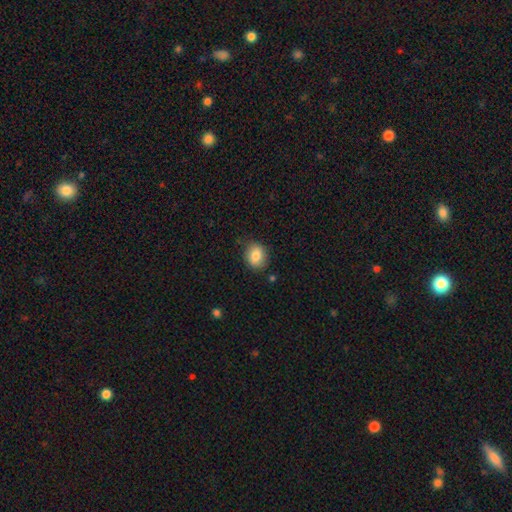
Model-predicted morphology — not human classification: This is clearly a smooth galaxy (84%). How rounded: possibly round (56%). Merging: likely none (80%).